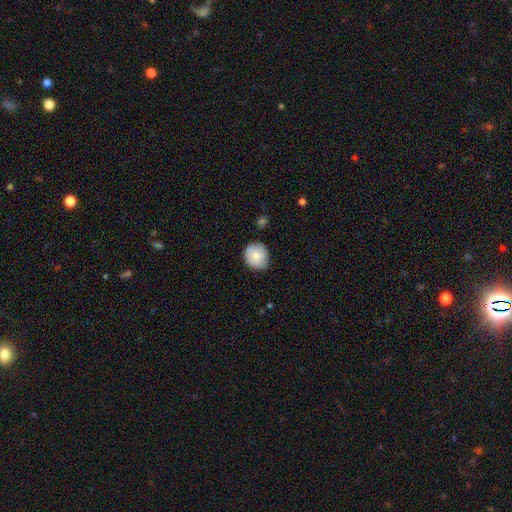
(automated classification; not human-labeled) smooth_or_featured: smooth (p=0.79) [alt: featured or disk p=0.14]
how_rounded: round (p=0.81) [alt: in between p=0.18]
merging: none (p=0.80) [alt: minor disturbance p=0.16]